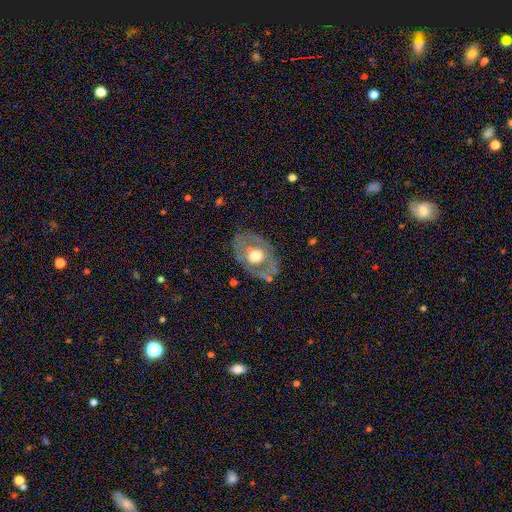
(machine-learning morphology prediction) featured or disk 62%, smooth 32%, star or artifact 6%. Down the decision tree: edge-on disk — no (92%); bar — no (83%); spiral arms — no (76%); bulge size — moderate (59%); merging — none (67%).